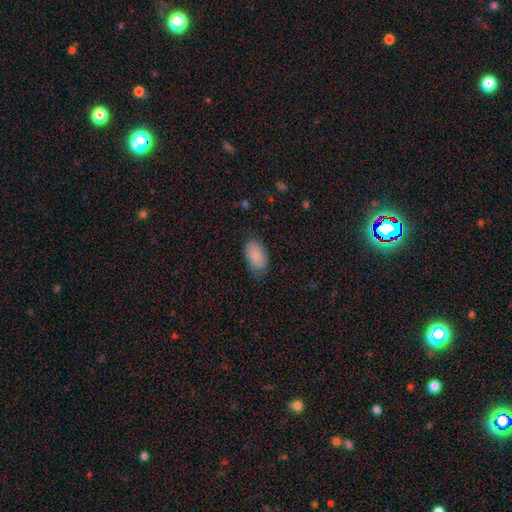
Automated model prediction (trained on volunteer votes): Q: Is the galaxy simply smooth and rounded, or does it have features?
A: smooth — 82%.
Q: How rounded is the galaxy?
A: in between — 94%.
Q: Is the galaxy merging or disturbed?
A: none — 68%.